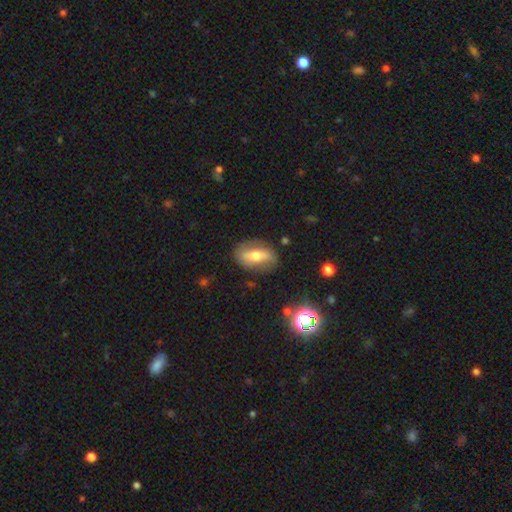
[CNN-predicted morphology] This is possibly a featured or disk galaxy (53%). It is likely not viewed edge-on (75%). Merging: likely none (78%).